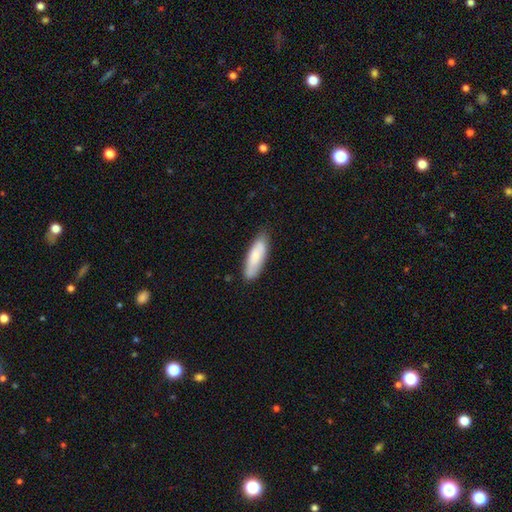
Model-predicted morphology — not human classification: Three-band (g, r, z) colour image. It shows a smooth galaxy with no disk features (74%) that is in between round and cigar-shaped (55%). Merging: none (78%).